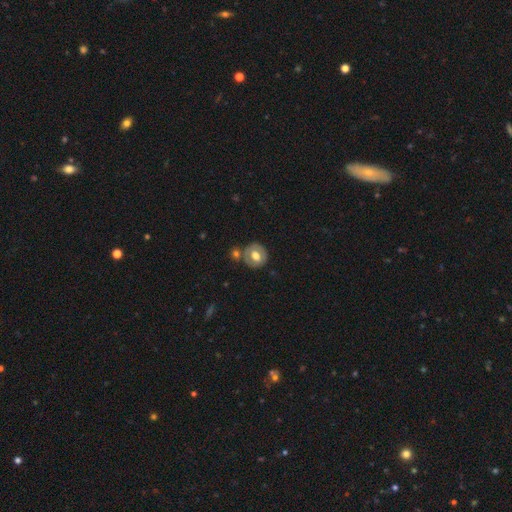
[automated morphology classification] Smooth or featured? smooth (49%)
Merging? none (70%)